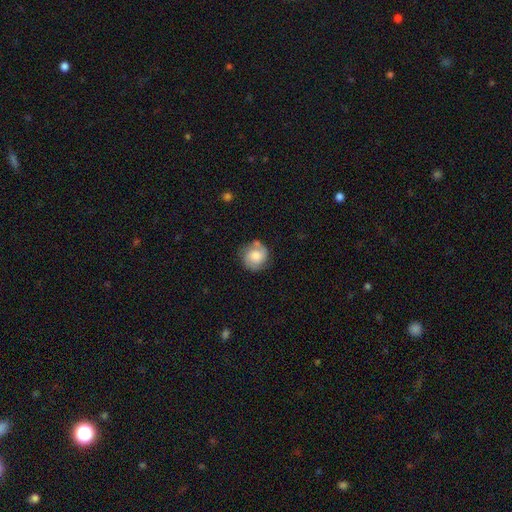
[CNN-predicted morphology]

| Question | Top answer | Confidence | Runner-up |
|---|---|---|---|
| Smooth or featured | smooth | 56% | featured or disk (36%) |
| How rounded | round | 85% | in between (14%) |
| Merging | none | 66% | minor disturbance (21%) |